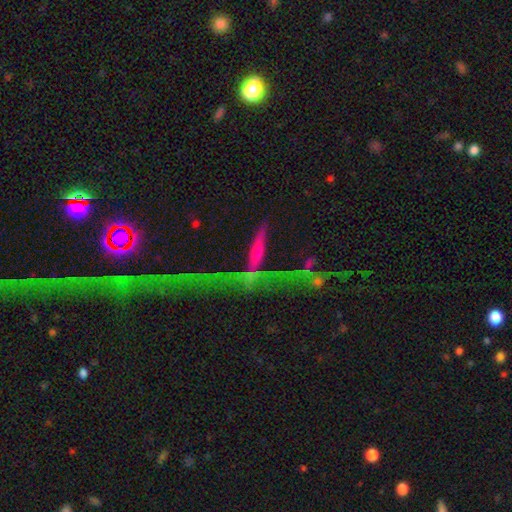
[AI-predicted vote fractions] Morphology: type=featured or disk (52%); edge-on=yes (78%); merging=none (48%).